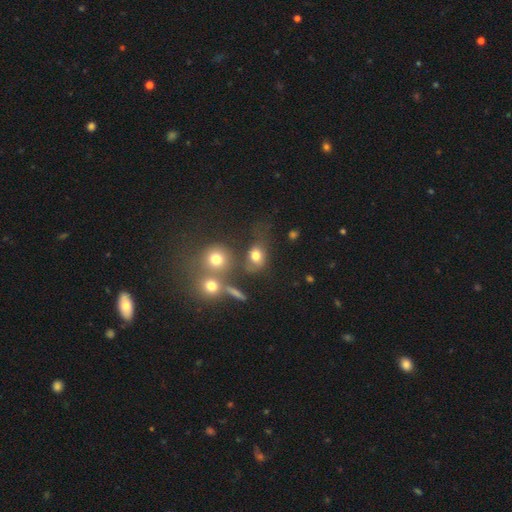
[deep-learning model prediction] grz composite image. It shows a smooth galaxy with no disk features (74%) that is in between round and cigar-shaped (51%). Merging: none (51%).